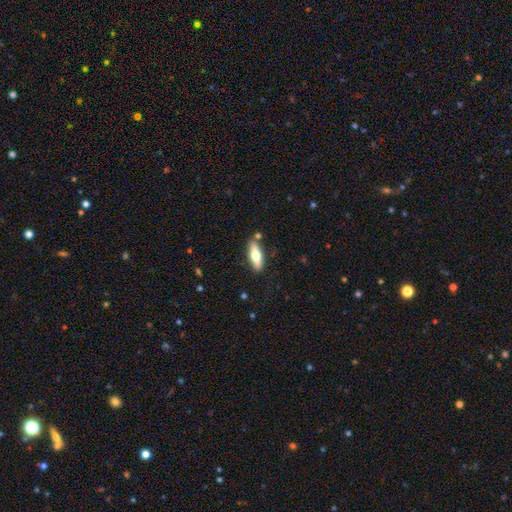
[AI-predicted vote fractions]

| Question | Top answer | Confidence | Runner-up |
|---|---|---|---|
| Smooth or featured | smooth | 59% | featured or disk (35%) |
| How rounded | in between | 51% | cigar-shaped (47%) |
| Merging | none | 83% | minor disturbance (11%) |